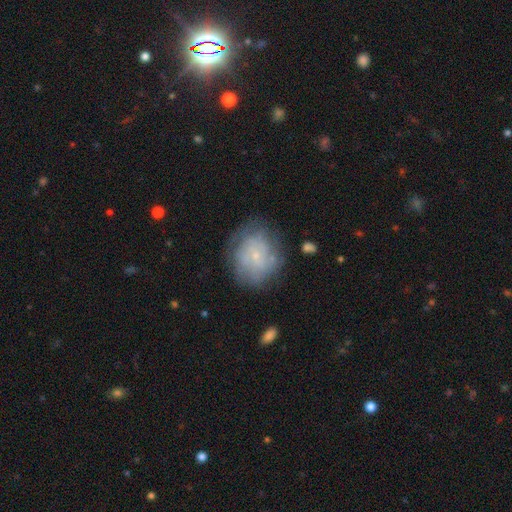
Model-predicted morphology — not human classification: Smooth or featured? featured or disk (50%)
Edge-on disk? no (97%)
Merging? none (66%)